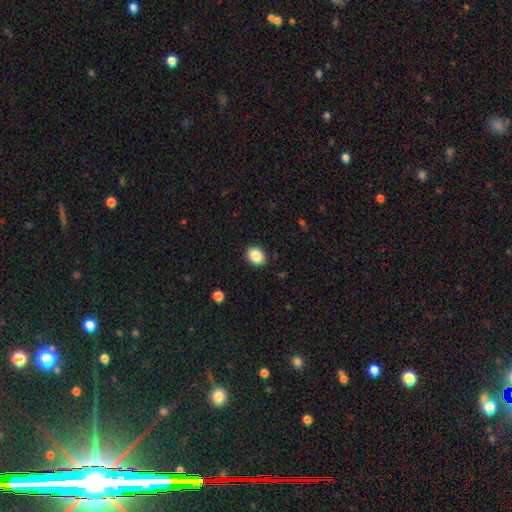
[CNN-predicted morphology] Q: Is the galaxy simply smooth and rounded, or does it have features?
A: smooth — 87%.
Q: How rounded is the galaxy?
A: in between — 60%.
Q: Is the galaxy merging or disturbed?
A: none — 90%.